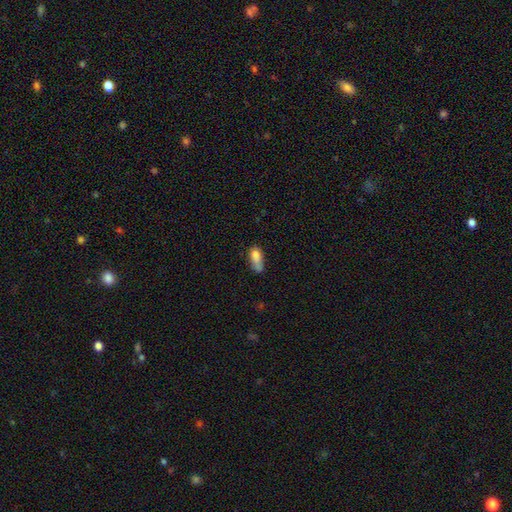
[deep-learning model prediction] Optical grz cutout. It shows a smooth galaxy with no disk features (74%) that is in between round and cigar-shaped (78%). Merging: none (32%).